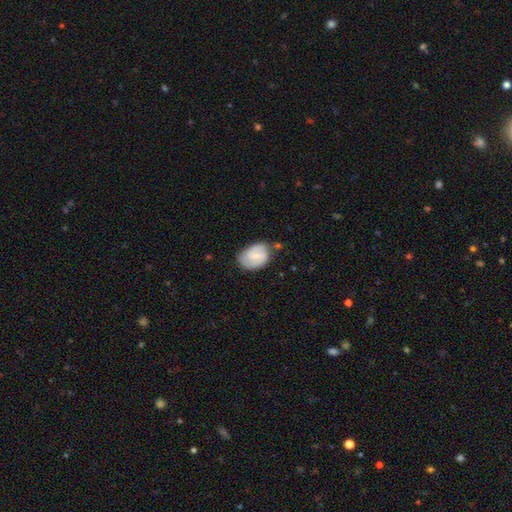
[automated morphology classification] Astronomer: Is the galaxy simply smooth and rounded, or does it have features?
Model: featured or disk — 59% (runner-up: smooth, 35%).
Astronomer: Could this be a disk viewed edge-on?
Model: no — 97%.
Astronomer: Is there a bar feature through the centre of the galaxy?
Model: weak — 55%.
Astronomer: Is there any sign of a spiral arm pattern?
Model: yes — 85%.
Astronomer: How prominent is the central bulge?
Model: small — 58%.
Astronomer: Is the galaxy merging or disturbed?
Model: none — 62%.